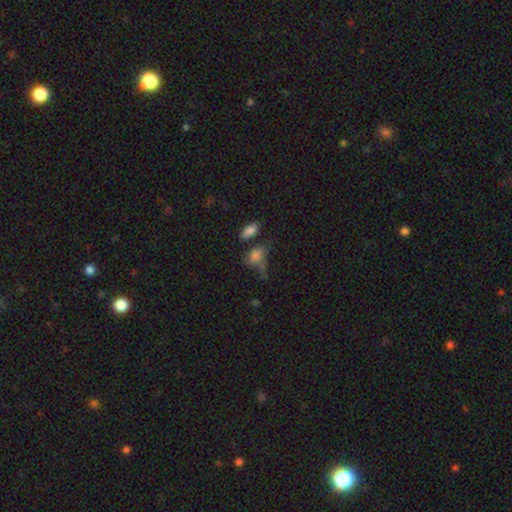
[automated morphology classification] smooth-or-featured: smooth: 74% | star or artifact: 13% | featured or disk: 13%
  how-rounded: in between: 70% | round: 26% | cigar-shaped: 5%
  merging: none: 35% | minor disturbance: 22% | major disturbance: 22% | merger: 21%